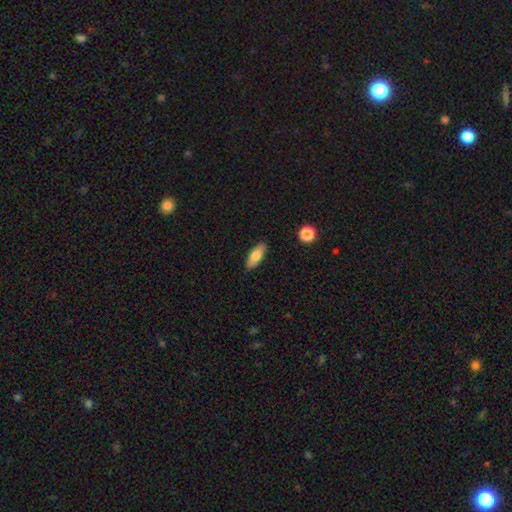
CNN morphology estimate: smooth_or_featured: smooth (p=0.75) [alt: featured or disk p=0.18]
how_rounded: in between (p=0.75) [alt: cigar-shaped p=0.22]
merging: none (p=0.88) [alt: minor disturbance p=0.09]